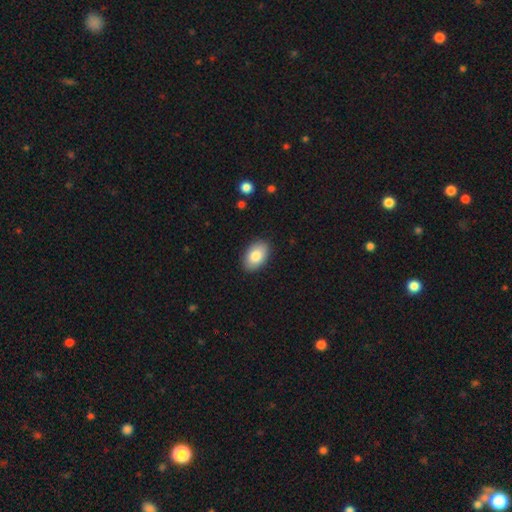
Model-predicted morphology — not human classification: Smooth or featured? Predicted: smooth (p=0.84). How rounded? Predicted: in between (p=0.92). Merging? Predicted: none (p=0.88).